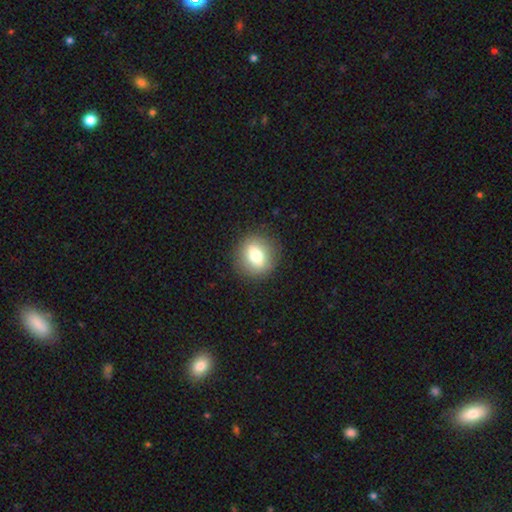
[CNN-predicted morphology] This appears to be a smooth galaxy with no disk features (67%) that is round (75%). Merging: none (87%).